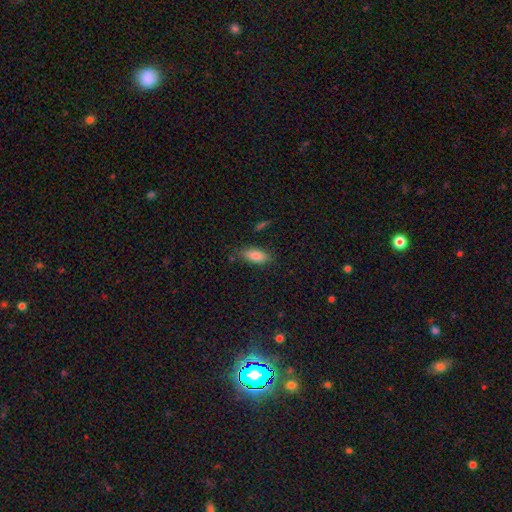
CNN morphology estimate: Overall: smooth (82%). How rounded: in between (82%). Merging: none (78%).